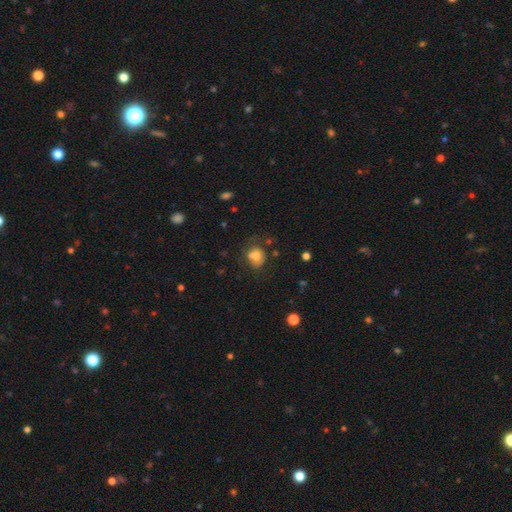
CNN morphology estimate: Smooth or featured: smooth — 69% (featured or disk — 18%)
How rounded: round — 61% (in between — 38%)
Merging: none — 46% (merger — 23%)